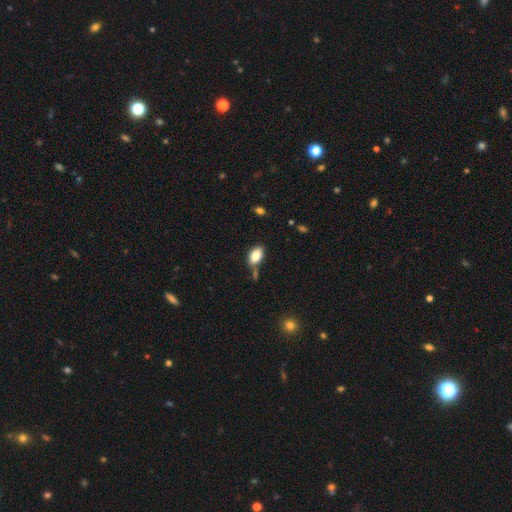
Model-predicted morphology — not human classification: Q: Smooth or featured?
A: smooth (85%); runner-up: star or artifact (8%)
Q: How rounded?
A: in between (91%); runner-up: round (6%)
Q: Merging?
A: none (69%); runner-up: minor disturbance (16%)